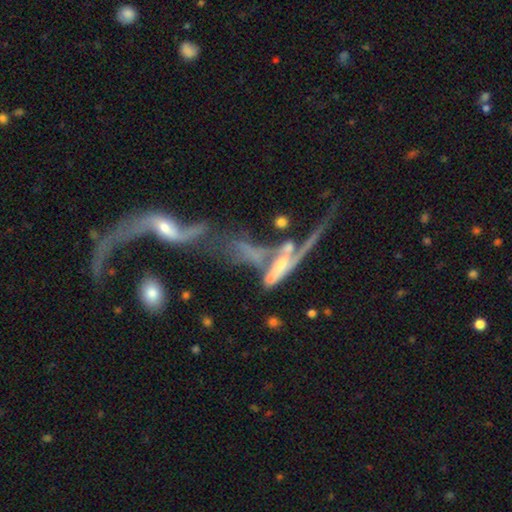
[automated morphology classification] Smooth or featured? Predicted: featured or disk (p=0.69). Edge-on disk? Predicted: no (p=0.74). Bar? Predicted: no (p=0.65). Spiral arms? Predicted: yes (p=0.55). Bulge size? Predicted: small (p=0.38). Merging? Predicted: merger (p=0.61).